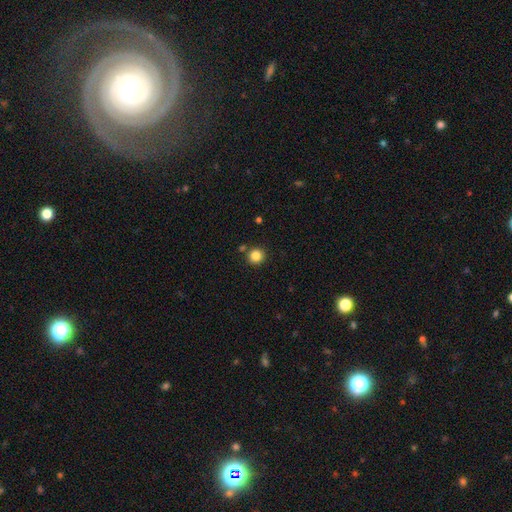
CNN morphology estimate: A smooth galaxy with no disk features (84%) that is round (94%). Merging: none (86%).